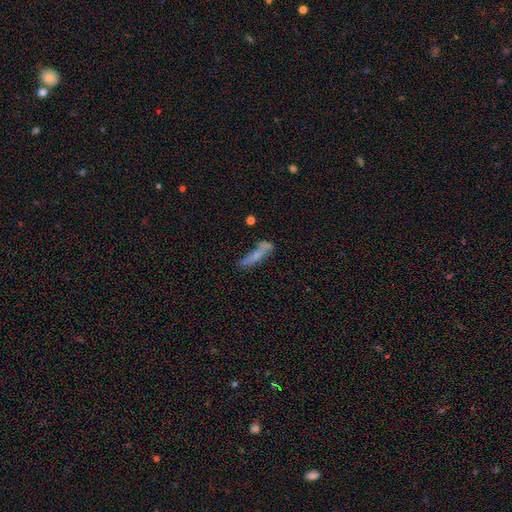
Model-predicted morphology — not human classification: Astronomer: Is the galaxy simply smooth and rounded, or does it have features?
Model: smooth — 57% (runner-up: featured or disk, 34%).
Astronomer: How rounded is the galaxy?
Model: cigar-shaped — 74%.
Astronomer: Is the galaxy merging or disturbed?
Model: none — 40% (runner-up: merger, 24%).